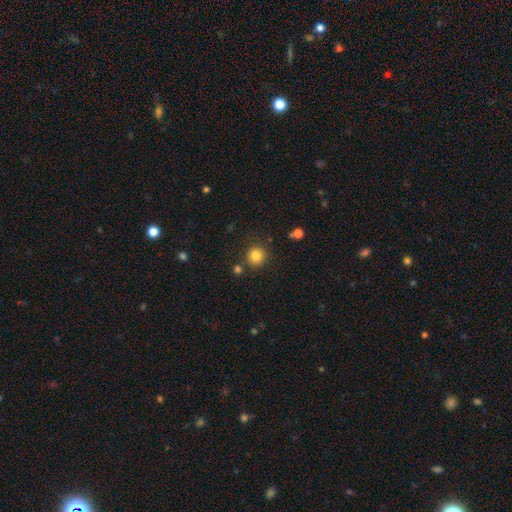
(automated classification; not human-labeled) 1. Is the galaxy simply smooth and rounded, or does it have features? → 82% smooth, 12% star or artifact, 6% featured or disk.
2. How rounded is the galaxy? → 92% round, 7% in between, 1% cigar-shaped.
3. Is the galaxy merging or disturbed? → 85% none, 7% minor disturbance, 5% merger, 3% major disturbance.